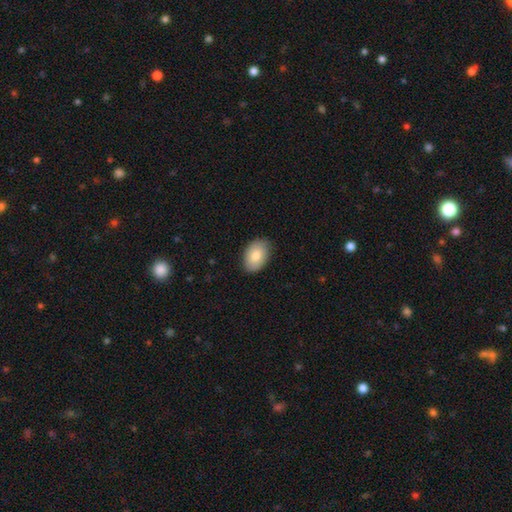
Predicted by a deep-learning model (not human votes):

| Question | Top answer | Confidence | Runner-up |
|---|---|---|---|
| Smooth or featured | smooth | 79% | featured or disk (15%) |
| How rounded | in between | 88% | round (11%) |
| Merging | none | 85% | minor disturbance (12%) |